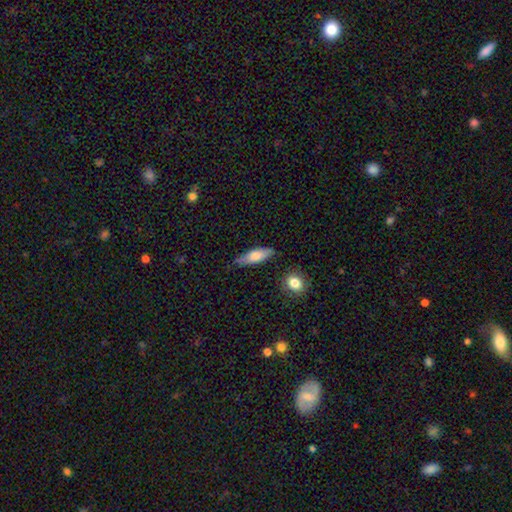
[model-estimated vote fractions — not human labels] smooth 71%, featured or disk 23%, star or artifact 6%. Down the decision tree: how rounded — in between (54%); merging — none (74%).